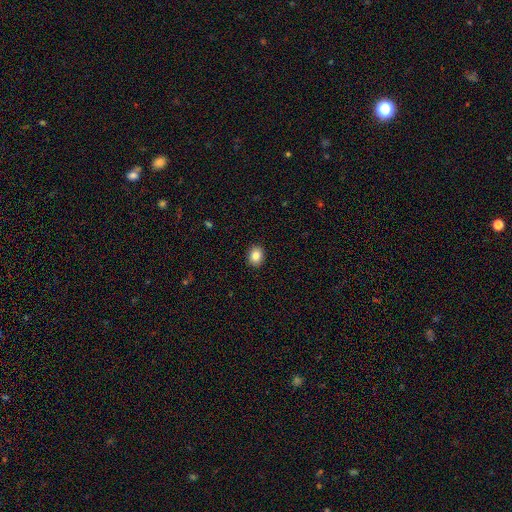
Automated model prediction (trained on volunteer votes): Smooth or featured? smooth (85%)
How rounded? round (54%)
Merging? none (91%)